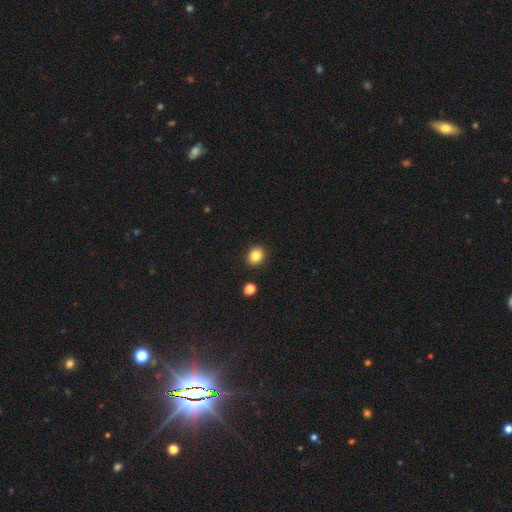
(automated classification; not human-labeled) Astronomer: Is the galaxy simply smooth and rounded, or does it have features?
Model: smooth — 84%.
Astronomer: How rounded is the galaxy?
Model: round — 69%.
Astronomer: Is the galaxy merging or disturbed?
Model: none — 89%.